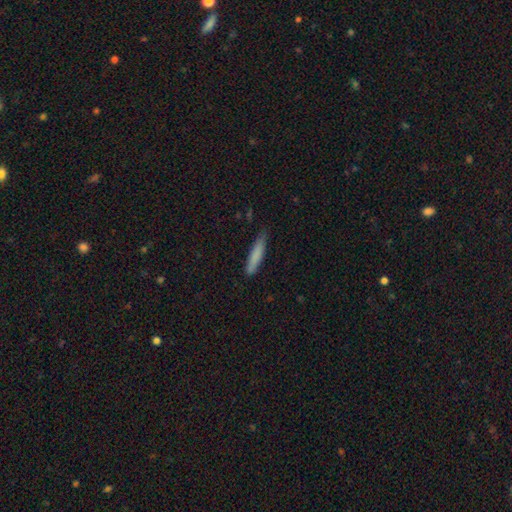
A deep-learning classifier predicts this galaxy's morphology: Smooth or featured? smooth (80%)
How rounded? cigar-shaped (89%)
Merging? none (73%)